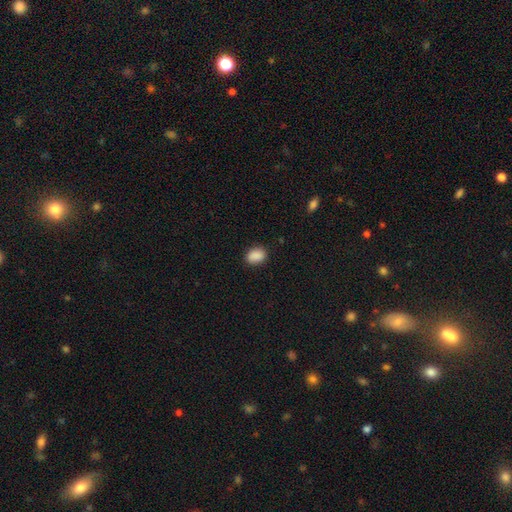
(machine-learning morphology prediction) Q: Smooth or featured?
A: smooth (89%); runner-up: star or artifact (8%)
Q: How rounded?
A: in between (77%); runner-up: round (22%)
Q: Merging?
A: none (84%); runner-up: minor disturbance (12%)